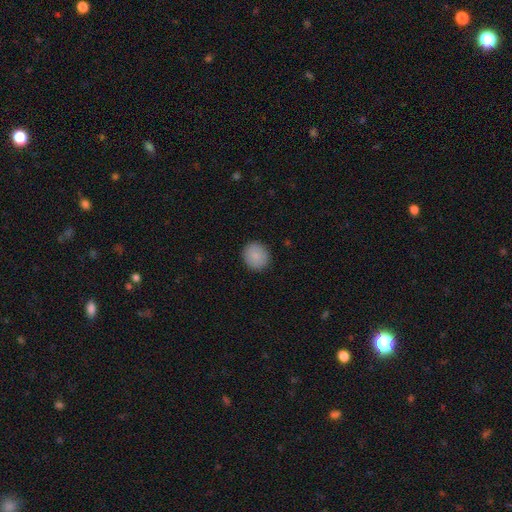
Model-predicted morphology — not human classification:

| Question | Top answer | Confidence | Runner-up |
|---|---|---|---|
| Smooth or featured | smooth | 87% | star or artifact (7%) |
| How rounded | round | 80% | in between (19%) |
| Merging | none | 90% | minor disturbance (7%) |